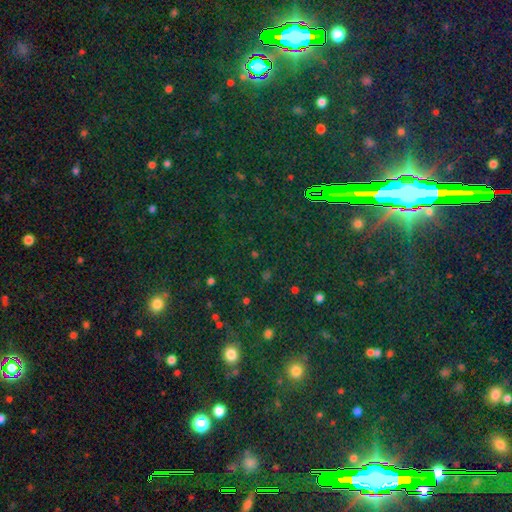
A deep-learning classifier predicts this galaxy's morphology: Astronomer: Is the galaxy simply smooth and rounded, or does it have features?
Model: star or artifact — 78%.